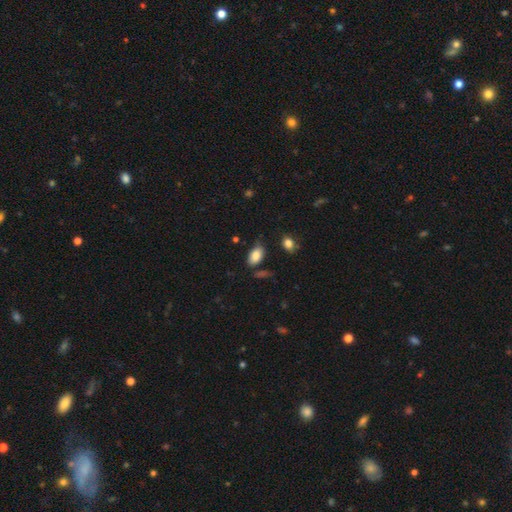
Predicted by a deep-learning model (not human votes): Smooth or featured? Predicted: smooth (p=0.84). How rounded? Predicted: in between (p=0.92). Merging? Predicted: none (p=0.73).